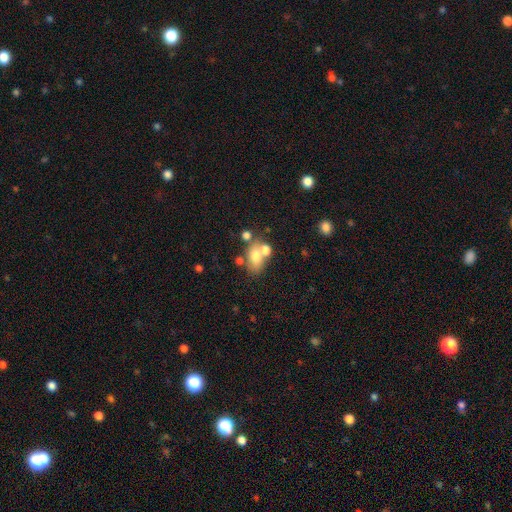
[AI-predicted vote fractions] Smooth or featured?
  - smooth: 68% *
  - featured or disk: 20%
  - star or artifact: 12%
How rounded?
  - in between: 79% *
  - round: 19%
  - cigar-shaped: 2%
Merging?
  - none: 40% * (tied)
  - merger: 40% * (tied)
  - minor disturbance: 13%
  - major disturbance: 7%